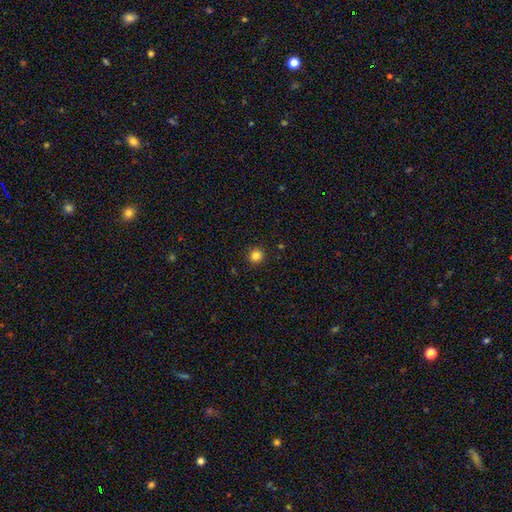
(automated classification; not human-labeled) This is clearly a smooth galaxy (83%). How rounded: clearly round (93%). Merging: clearly none (92%).